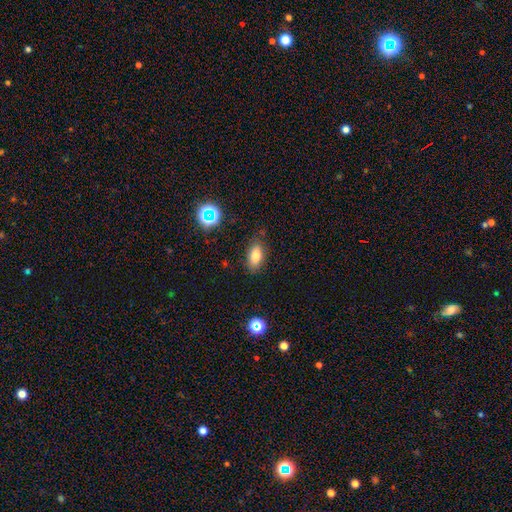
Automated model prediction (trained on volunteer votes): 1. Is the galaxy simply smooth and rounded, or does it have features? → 79% smooth, 10% star or artifact, 10% featured or disk.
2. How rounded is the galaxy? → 88% in between, 6% cigar-shaped, 6% round.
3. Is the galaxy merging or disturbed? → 82% none, 13% minor disturbance, 3% major disturbance, 2% merger.